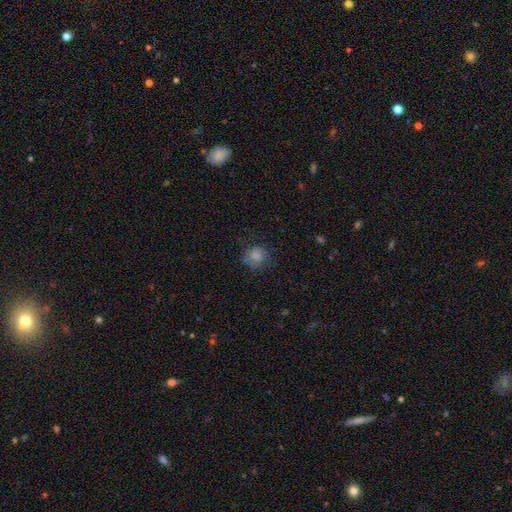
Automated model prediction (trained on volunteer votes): smooth-or-featured: smooth: 75% | featured or disk: 14% | star or artifact: 11%
  how-rounded: round: 78% | in between: 21% | cigar-shaped: 1%
  merging: none: 65% | minor disturbance: 22% | major disturbance: 12% | merger: 2%